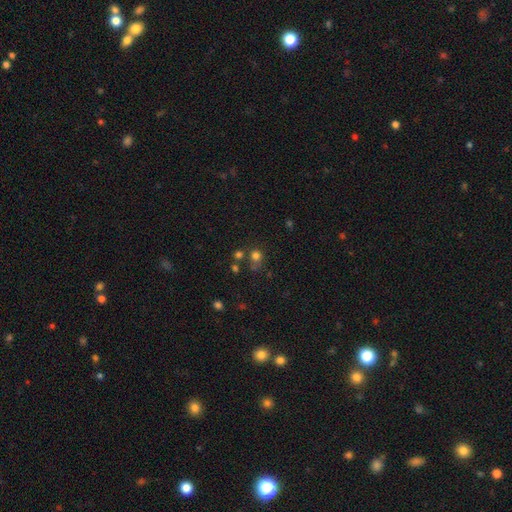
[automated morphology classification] Smooth or featured? Predicted: smooth (p=0.70). How rounded? Predicted: round (p=0.84). Merging? Predicted: none (p=0.57).